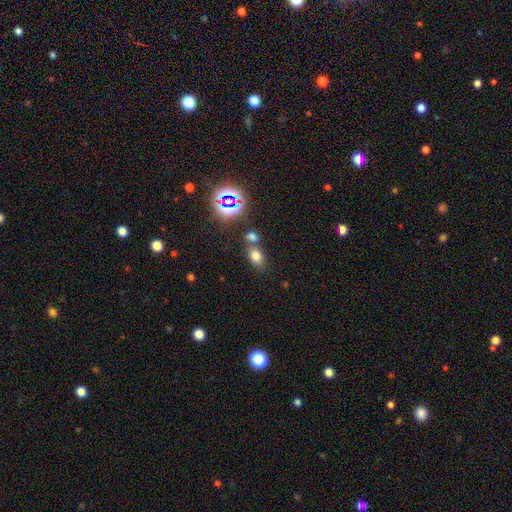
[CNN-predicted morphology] Overall: smooth (70%). How rounded: in between (80%). Merging: none (59%; merger 27%).